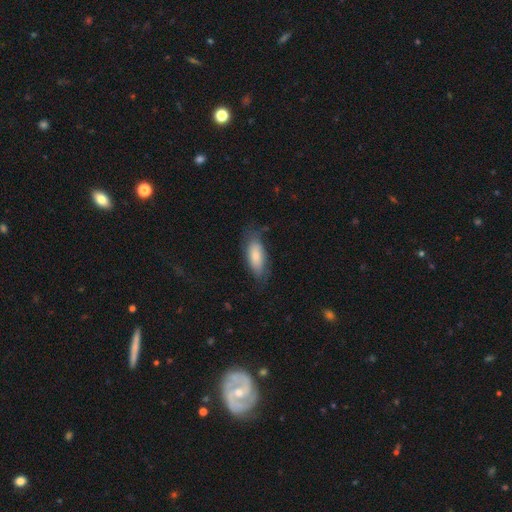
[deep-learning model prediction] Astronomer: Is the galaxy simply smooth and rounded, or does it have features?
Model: smooth — 77%.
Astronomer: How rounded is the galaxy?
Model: in between — 79%.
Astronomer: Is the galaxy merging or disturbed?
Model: none — 70%.